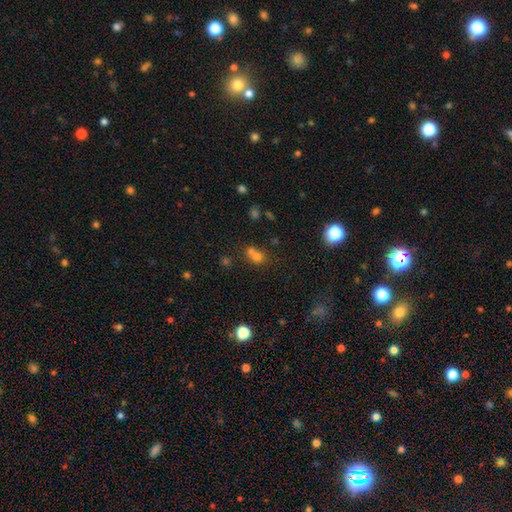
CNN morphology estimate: Smooth or featured? Predicted: smooth (p=0.68). How rounded? Predicted: round (p=0.73). Merging? Predicted: merger (p=0.56).